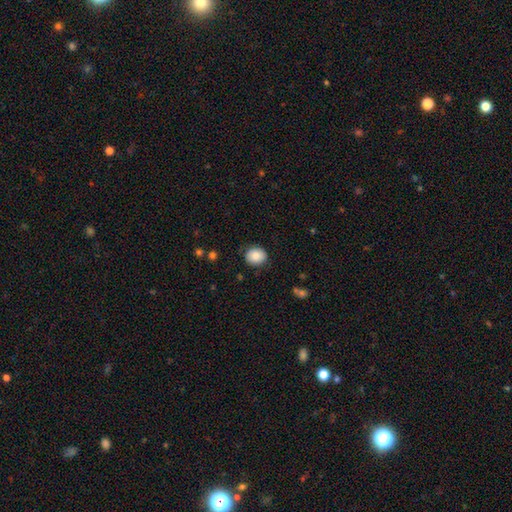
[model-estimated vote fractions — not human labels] This appears to be a smooth galaxy with no disk features (84%) that is round (70%). Merging: none (84%).